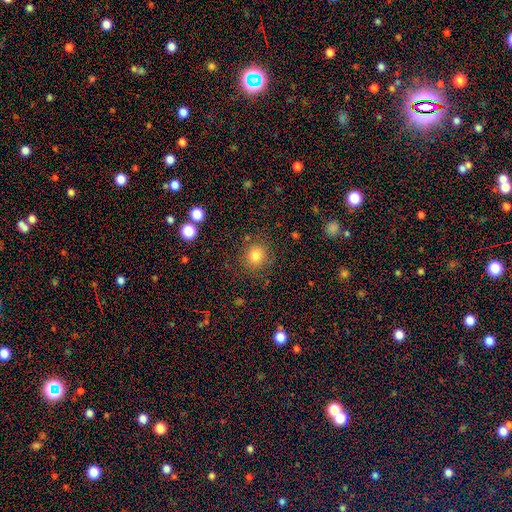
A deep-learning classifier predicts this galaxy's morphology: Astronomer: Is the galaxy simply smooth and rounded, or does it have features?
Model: smooth — 81%.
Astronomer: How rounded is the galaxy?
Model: round — 84%.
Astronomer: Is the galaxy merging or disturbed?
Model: none — 83%.